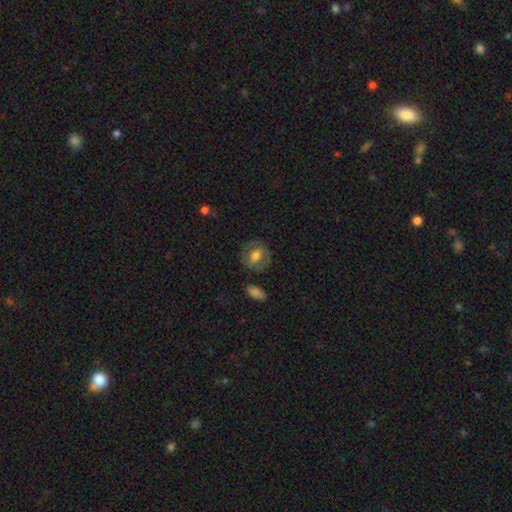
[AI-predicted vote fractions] smooth-or-featured: smooth: 53% | featured or disk: 40% | star or artifact: 7%
  how-rounded: round: 60% | in between: 38% | cigar-shaped: 2%
  merging: none: 74% | minor disturbance: 15% | major disturbance: 8% | merger: 3%